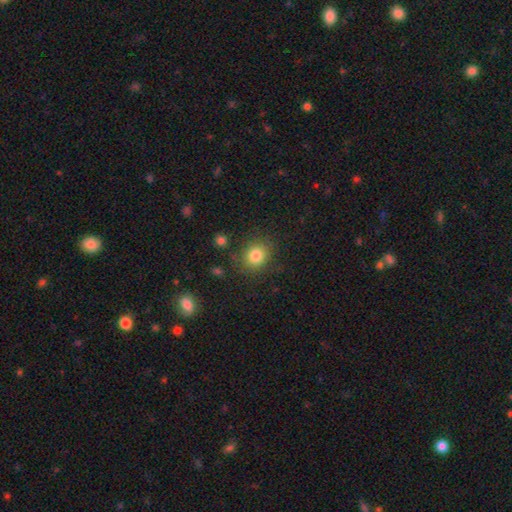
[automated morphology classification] Smooth or featured: smooth — 82% (star or artifact — 11%)
How rounded: round — 74% (in between — 25%)
Merging: none — 81% (minor disturbance — 12%)